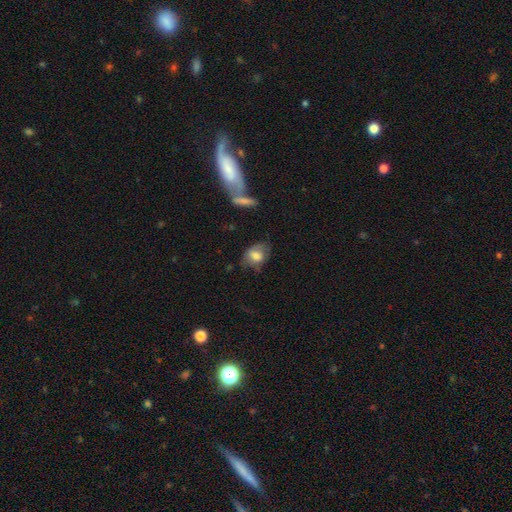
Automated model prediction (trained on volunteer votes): Smooth or featured?
  - smooth: 67% *
  - featured or disk: 25%
  - star or artifact: 8%
How rounded?
  - in between: 74% *
  - round: 24%
  - cigar-shaped: 2%
Merging?
  - none: 50% *
  - minor disturbance: 30%
  - major disturbance: 16%
  - merger: 4%